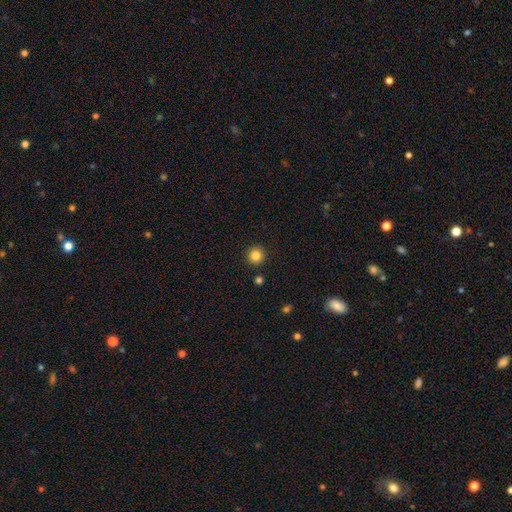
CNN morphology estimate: Overall: smooth (85%). How rounded: round (95%). Merging: none (91%).